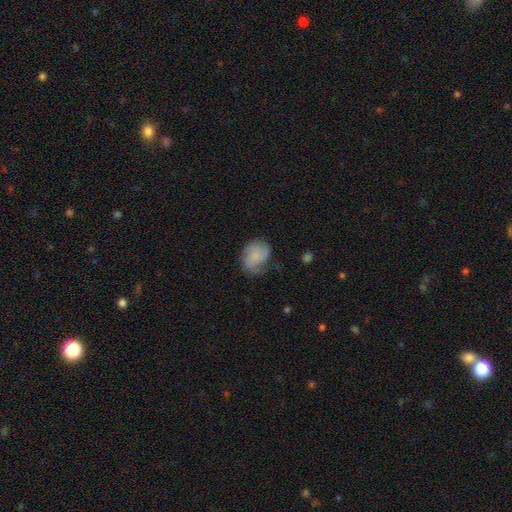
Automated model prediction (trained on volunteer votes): Q: Smooth or featured?
A: smooth (55%); runner-up: featured or disk (37%)
Q: How rounded?
A: in between (52%); runner-up: round (47%)
Q: Merging?
A: none (51%); runner-up: minor disturbance (31%)